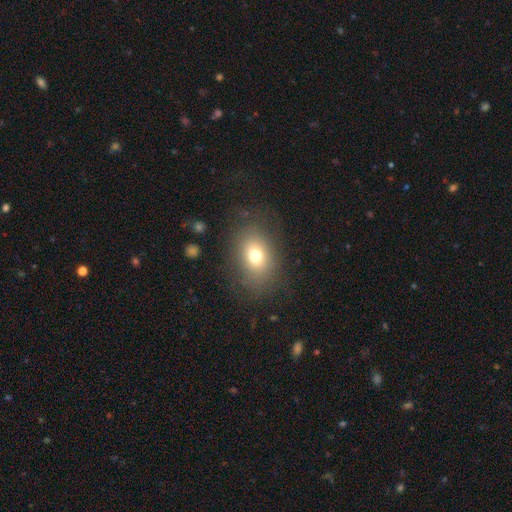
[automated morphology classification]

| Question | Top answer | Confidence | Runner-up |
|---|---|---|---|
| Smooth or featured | smooth | 71% | featured or disk (15%) |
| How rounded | in between | 67% | round (32%) |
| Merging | none | 77% | minor disturbance (13%) |